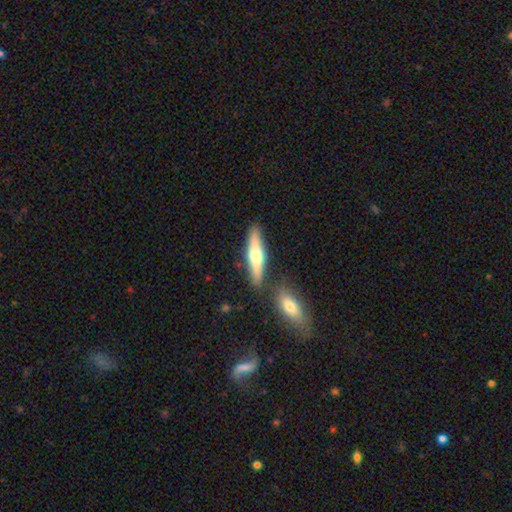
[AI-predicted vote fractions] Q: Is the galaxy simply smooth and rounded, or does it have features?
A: smooth — 51%.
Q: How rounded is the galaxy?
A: cigar-shaped — 74%.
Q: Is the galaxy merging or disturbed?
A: none — 77%.